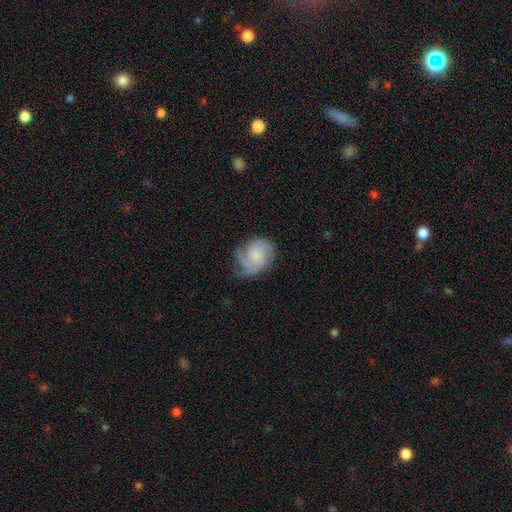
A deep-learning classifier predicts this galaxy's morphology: The model was most divided on "spiral winding": medium: 41%, tight: 40%, loose: 19%. Remaining: edge-on disk — no (98%); spiral arms — yes (92%); bar — no (74%); smooth or featured — featured or disk (64%); merging — none (50%); bulge size — small (50%); spiral arm count — 3 (28%).